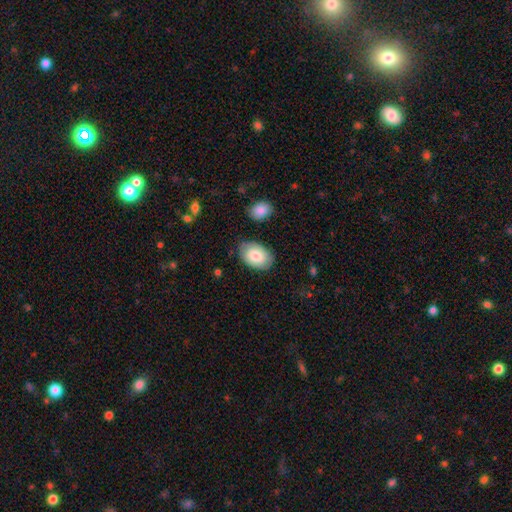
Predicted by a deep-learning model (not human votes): This is likely a smooth galaxy (77%). How rounded: clearly in between (89%). Merging: clearly none (80%).